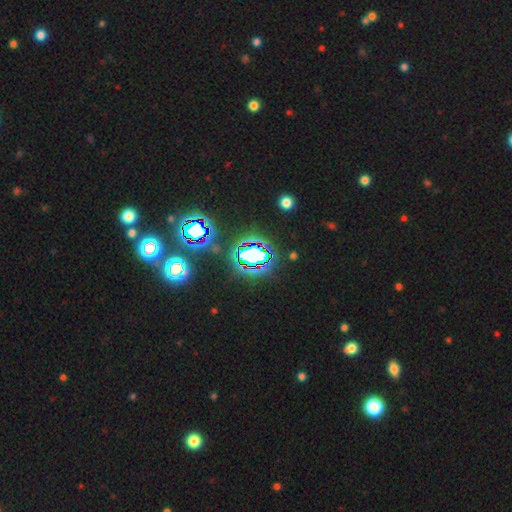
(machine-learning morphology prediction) Q: Smooth or featured?
A: star or artifact (68%); runner-up: smooth (18%)